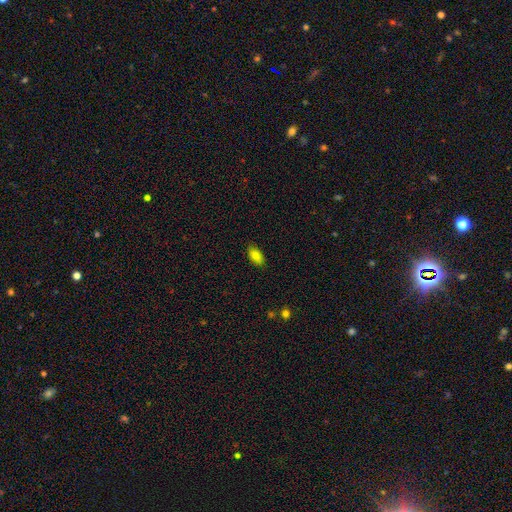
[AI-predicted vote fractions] Smooth or featured? Predicted: smooth (p=0.83). How rounded? Predicted: in between (p=0.92). Merging? Predicted: none (p=0.85).